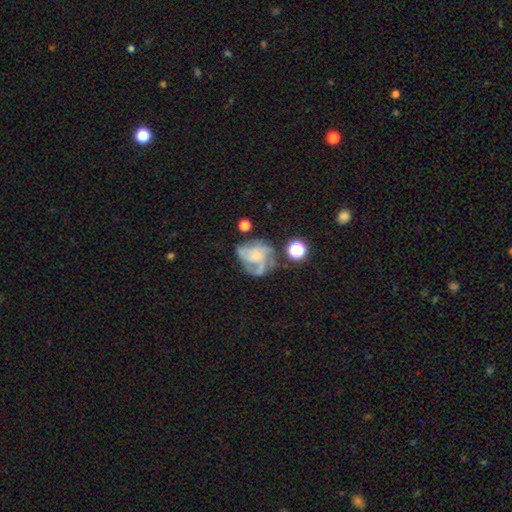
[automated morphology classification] Overall: featured or disk (76%). Edge-on disk: no (98%). Bar: no (76%). Spiral arms: yes (89%). Spiral arm count: 3 (39%; can't tell 23%). Spiral winding: medium (44%; tight 38%). Bulge size: small (63%). Merging: none (47%; major disturbance 23%).